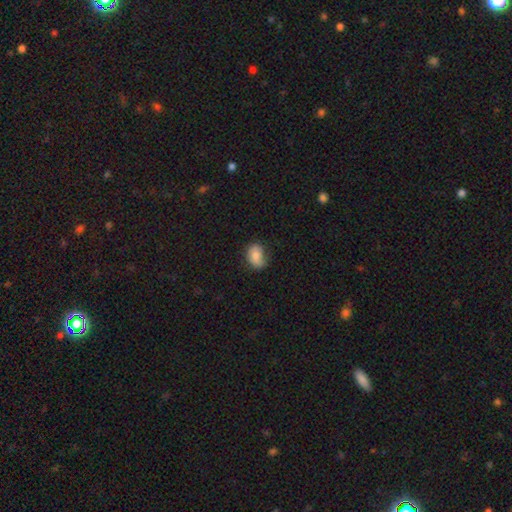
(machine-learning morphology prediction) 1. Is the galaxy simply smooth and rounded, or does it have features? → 77% smooth, 15% featured or disk, 8% star or artifact.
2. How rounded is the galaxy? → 75% in between, 23% round, 1% cigar-shaped.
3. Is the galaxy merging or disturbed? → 61% none, 29% minor disturbance, 8% major disturbance, 1% merger.